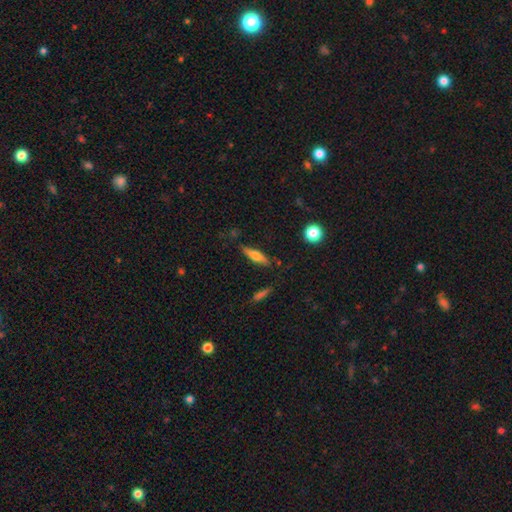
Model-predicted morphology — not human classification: Smooth or featured?
  - smooth: 56% *
  - featured or disk: 36%
  - star or artifact: 7%
How rounded?
  - cigar-shaped: 67% *
  - in between: 30%
  - round: 3%
Merging?
  - none: 80% *
  - minor disturbance: 14%
  - major disturbance: 3%
  - merger: 3%